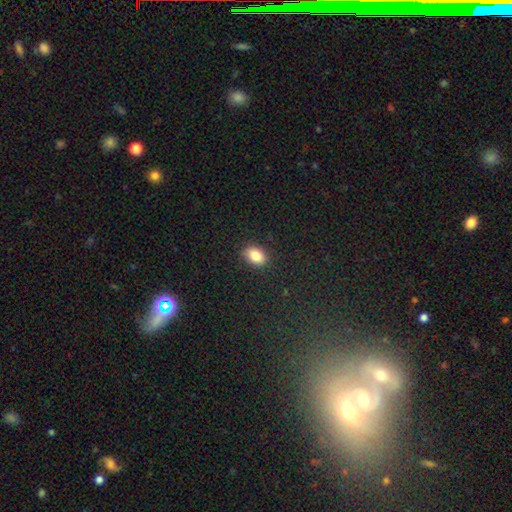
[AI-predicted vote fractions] smooth_or_featured: smooth (p=0.85) [alt: star or artifact p=0.09]
how_rounded: in between (p=0.83) [alt: round p=0.16]
merging: none (p=0.86) [alt: minor disturbance p=0.10]